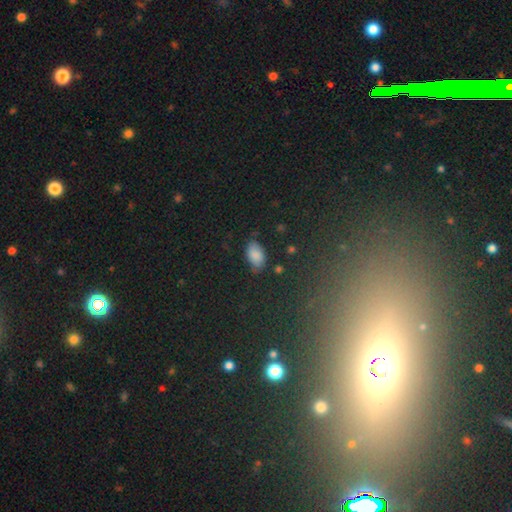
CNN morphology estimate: Overall: smooth (81%). How rounded: in between (94%). Merging: none (73%).